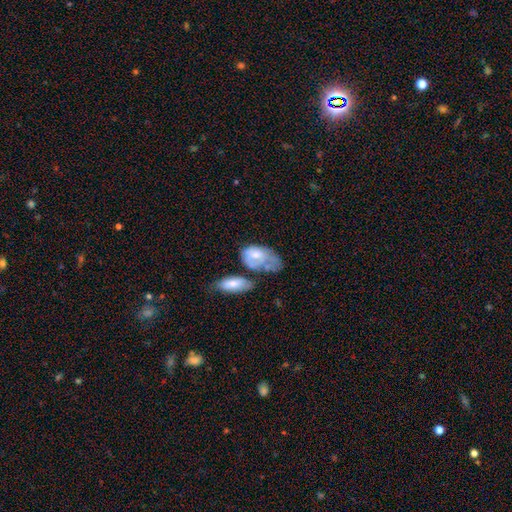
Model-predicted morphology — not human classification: This appears to be a smooth galaxy with no disk features (60%) that is in between round and cigar-shaped (87%). Merging: major disturbance (30%).